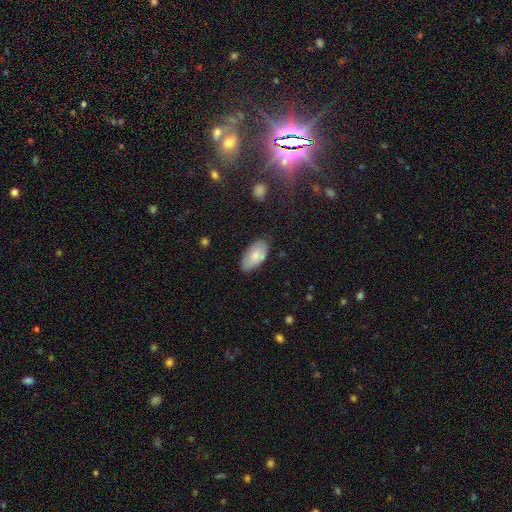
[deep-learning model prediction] A smooth galaxy with no disk features (75%) that is in between round and cigar-shaped (95%). Merging: none (80%).